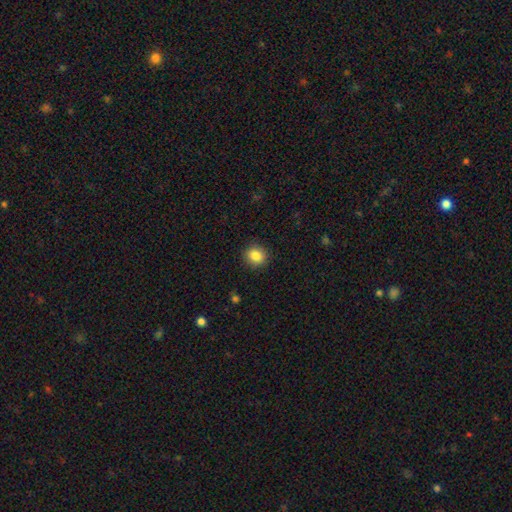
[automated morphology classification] Overall: smooth (85%). How rounded: round (84%). Merging: none (91%).